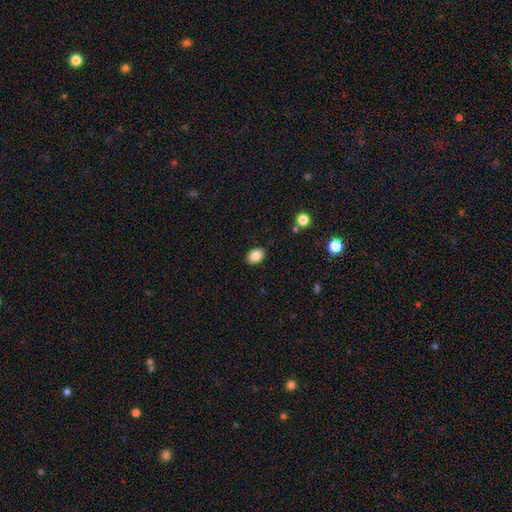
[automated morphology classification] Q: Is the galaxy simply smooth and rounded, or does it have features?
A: smooth — 85%.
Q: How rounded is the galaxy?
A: in between — 78%.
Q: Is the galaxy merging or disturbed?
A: none — 88%.